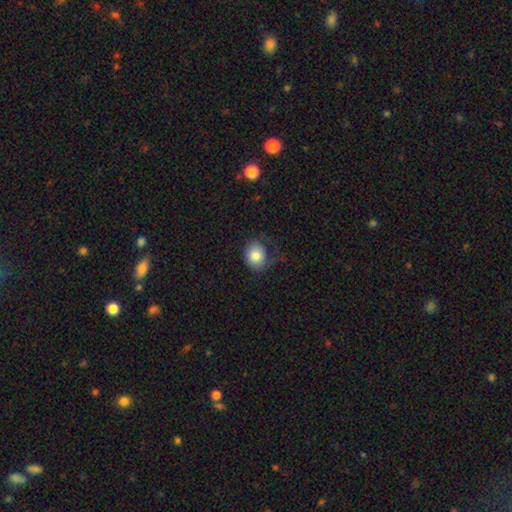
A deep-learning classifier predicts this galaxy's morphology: This appears to be a smooth galaxy with no disk features (82%) that is round (71%). Merging: none (58%).